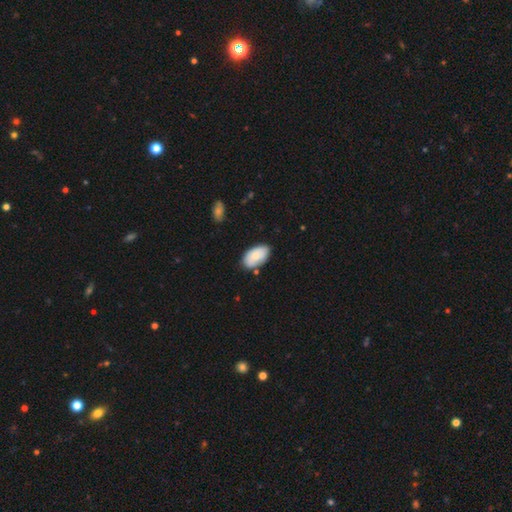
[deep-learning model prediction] Morphology: type=smooth (75%); roundness=in between (95%); merging=none (75%).